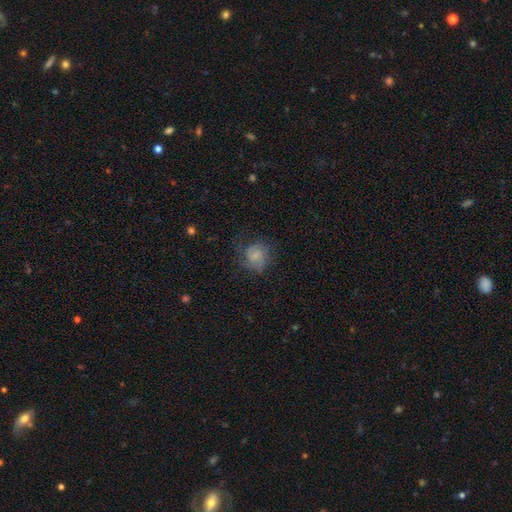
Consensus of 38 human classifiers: A smooth galaxy with no disk features (58%) that is round (73%). Merging: none (53%).